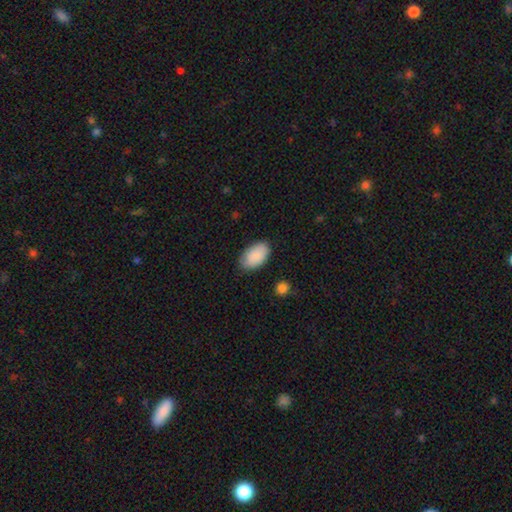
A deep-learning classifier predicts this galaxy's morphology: A smooth galaxy with no disk features (88%) that is in between round and cigar-shaped (95%).

Vote fractions:
- Smooth or featured? smooth: 88% / featured or disk: 6% / star or artifact: 6%
- How rounded? in between: 95% / round: 4% / cigar-shaped: 1%
- Merging? none: 80% / minor disturbance: 15% / major disturbance: 3% / merger: 1%